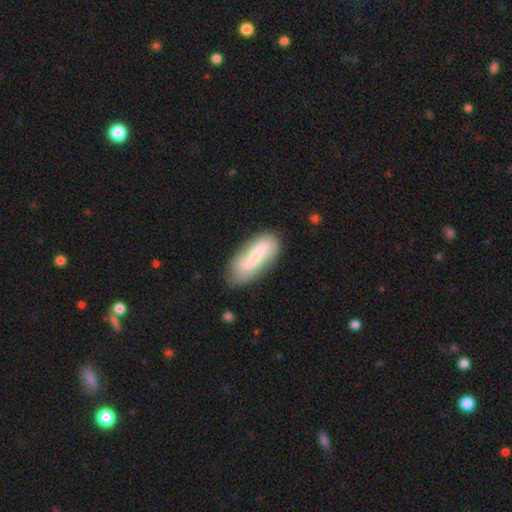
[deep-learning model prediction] This appears to be a featured or disk galaxy (51%). Merging: none (70%).